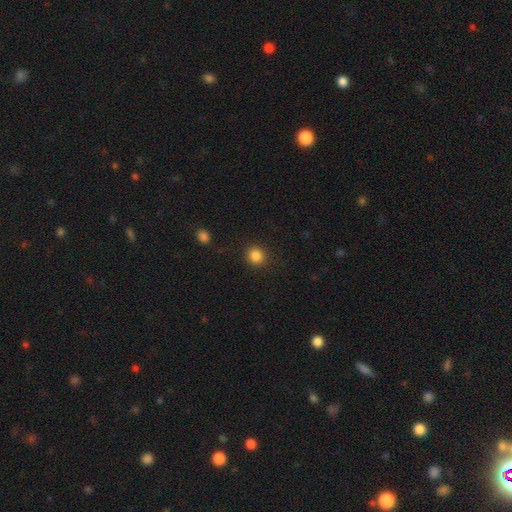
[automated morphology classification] smooth 85%, star or artifact 11%, featured or disk 4%. Down the decision tree: how rounded — round (88%); merging — none (89%).